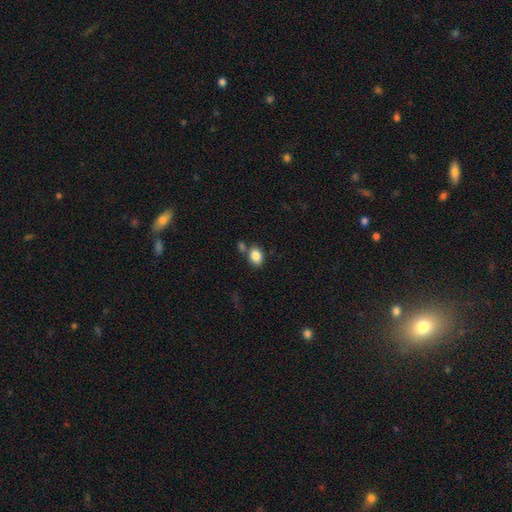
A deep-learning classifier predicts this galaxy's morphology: This is clearly a smooth galaxy (86%). How rounded: likely in between (70%). Merging: likely none (66%).